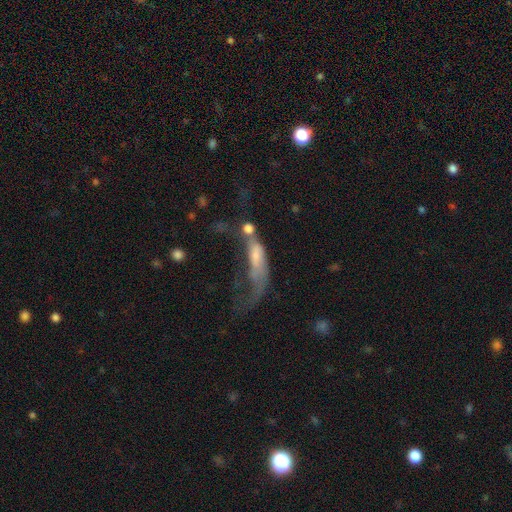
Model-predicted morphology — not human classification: Smooth or featured? Predicted: featured or disk (p=0.47). Merging? Predicted: major disturbance (p=0.51).